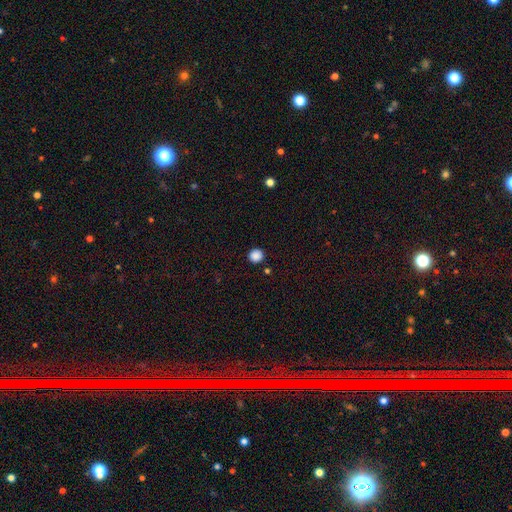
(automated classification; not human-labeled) smooth-or-featured: smooth: 87% | star or artifact: 10% | featured or disk: 3%
  how-rounded: round: 92% | in between: 7% | cigar-shaped: 1%
  merging: none: 90% | minor disturbance: 6% | merger: 2% | major disturbance: 2%